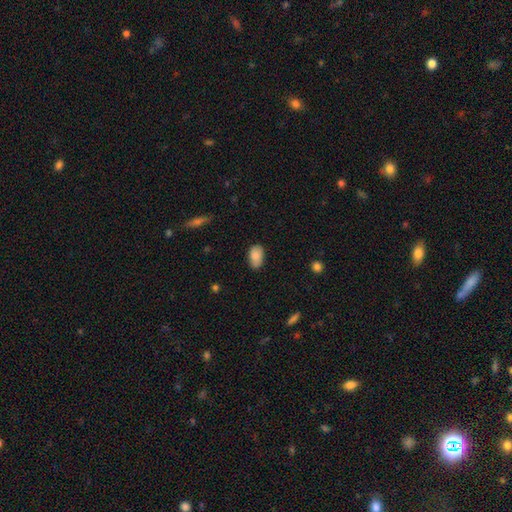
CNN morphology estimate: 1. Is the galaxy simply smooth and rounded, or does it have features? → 85% smooth, 8% featured or disk, 7% star or artifact.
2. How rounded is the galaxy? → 93% in between, 6% round, 2% cigar-shaped.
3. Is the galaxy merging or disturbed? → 76% none, 19% minor disturbance, 3% major disturbance, 1% merger.